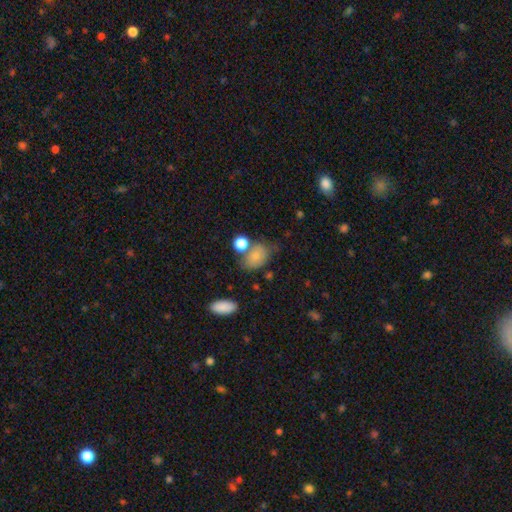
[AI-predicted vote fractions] Smooth or featured? Predicted: smooth (p=0.80). How rounded? Predicted: in between (p=0.75). Merging? Predicted: none (p=0.53).